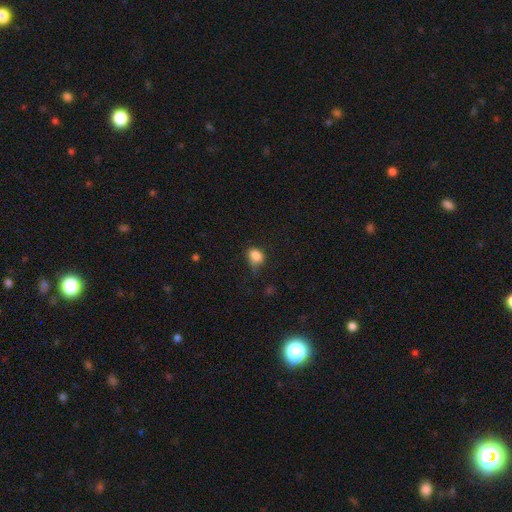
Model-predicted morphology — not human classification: Smooth or featured?
  - smooth: 84% *
  - star or artifact: 10%
  - featured or disk: 6%
How rounded?
  - in between: 58% *
  - round: 41%
  - cigar-shaped: 1%
Merging?
  - none: 55% *
  - minor disturbance: 32%
  - major disturbance: 10%
  - merger: 3%